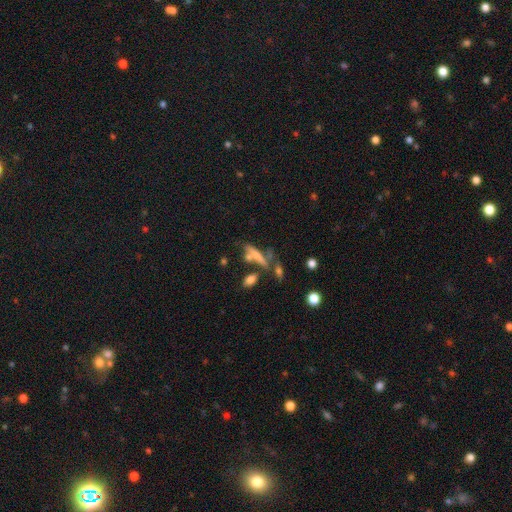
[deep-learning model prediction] A smooth galaxy with no disk features (50%) that is cigar-shaped (69%). Merging: none (43%).